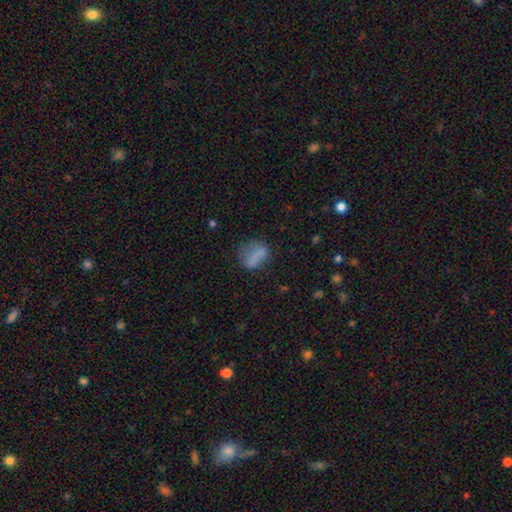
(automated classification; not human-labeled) This appears to be a smooth galaxy with no disk features (70%) that is in between round and cigar-shaped (62%). Merging: none (52%).